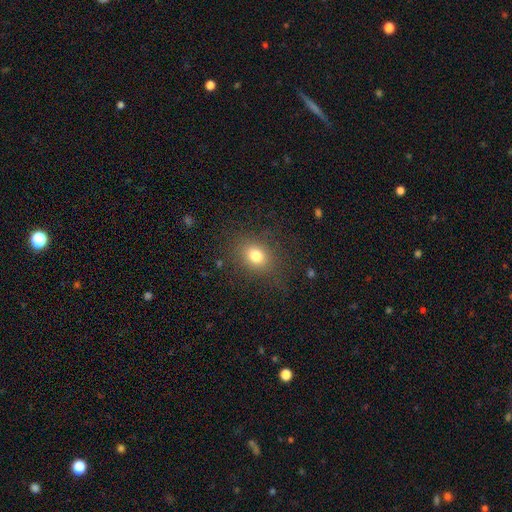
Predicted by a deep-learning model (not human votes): Q: Smooth or featured?
A: smooth (78%); runner-up: star or artifact (13%)
Q: How rounded?
A: round (50%); runner-up: in between (48%)
Q: Merging?
A: none (81%); runner-up: minor disturbance (12%)